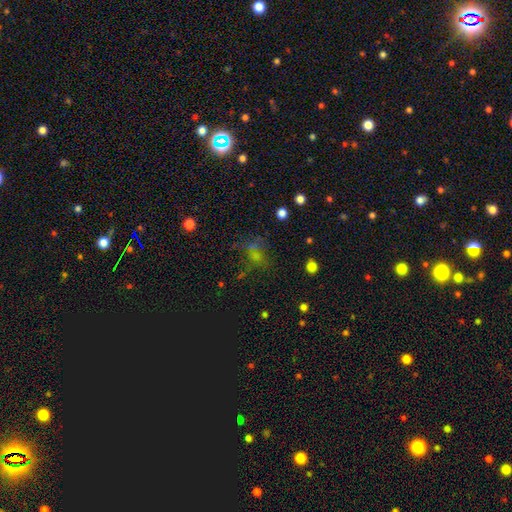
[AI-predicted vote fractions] The model was most divided on "smooth or featured" (2-way tie): smooth: 40%, star or artifact: 40%, featured or disk: 19%. More confident: merging — none (52%).